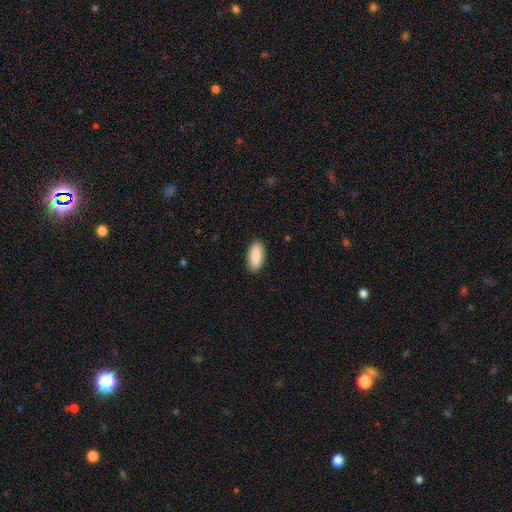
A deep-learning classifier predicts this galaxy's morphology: smooth_or_featured: smooth (p=0.90) [alt: star or artifact p=0.06]
how_rounded: in between (p=0.81) [alt: cigar-shaped p=0.17]
merging: none (p=0.89) [alt: minor disturbance p=0.08]